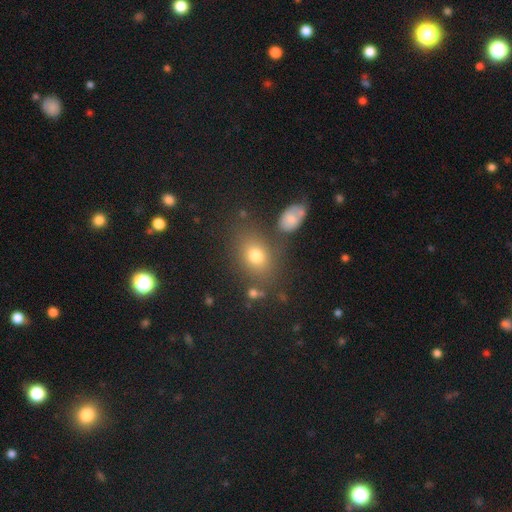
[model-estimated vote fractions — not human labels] Smooth or featured? Predicted: smooth (p=0.74). How rounded? Predicted: in between (p=0.66). Merging? Predicted: none (p=0.73).